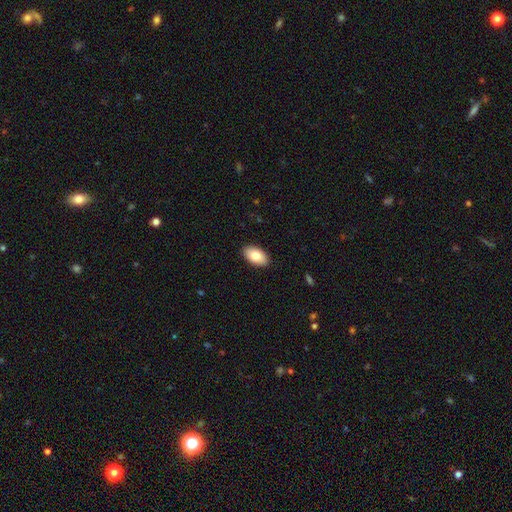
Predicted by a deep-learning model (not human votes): Overall: smooth (83%). How rounded: in between (95%). Merging: none (90%).